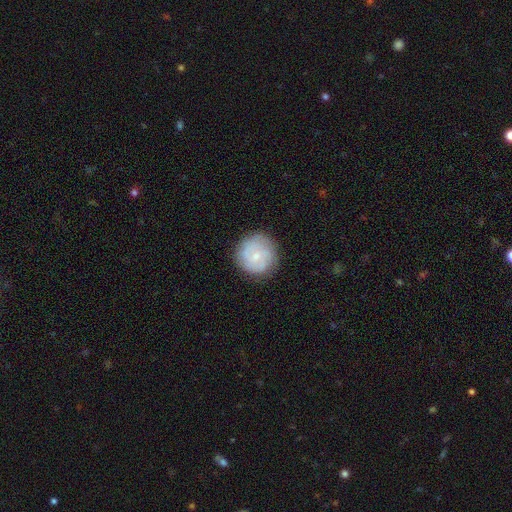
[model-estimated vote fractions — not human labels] Morphology: type=smooth (50%); roundness=round (93%); merging=none (81%).